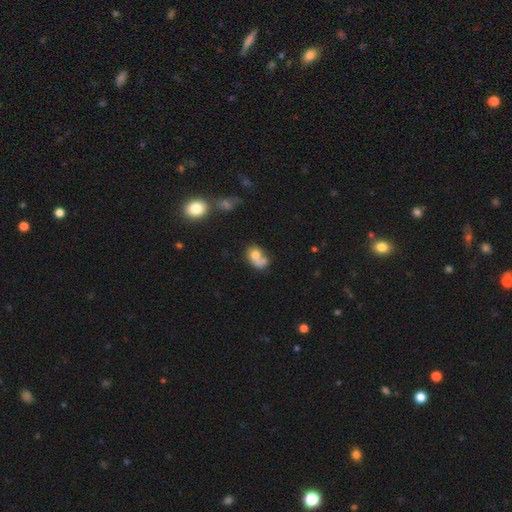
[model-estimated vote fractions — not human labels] This is likely a smooth galaxy (68%). How rounded: likely in between (64%). Merging: possibly merger (47%).